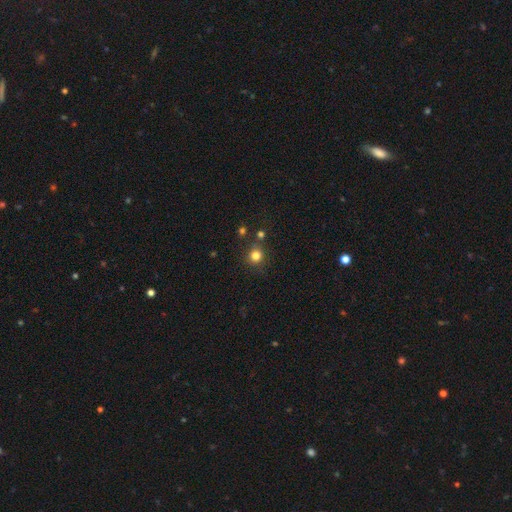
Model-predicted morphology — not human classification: Smooth or featured? Predicted: smooth (p=0.80). How rounded? Predicted: round (p=0.91). Merging? Predicted: none (p=0.81).